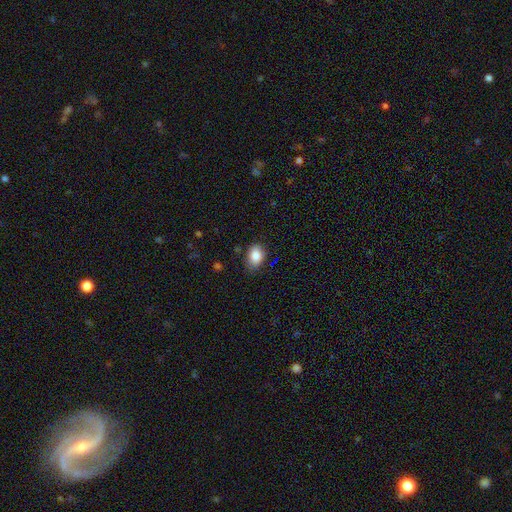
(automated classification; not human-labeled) Overall: smooth (85%). How rounded: in between (81%). Merging: none (77%).